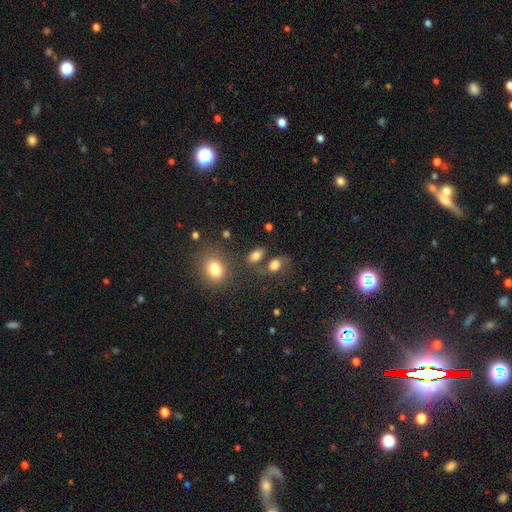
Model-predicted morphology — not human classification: Smooth or featured? Predicted: smooth (p=0.80). How rounded? Predicted: in between (p=0.85). Merging? Predicted: none (p=0.60).